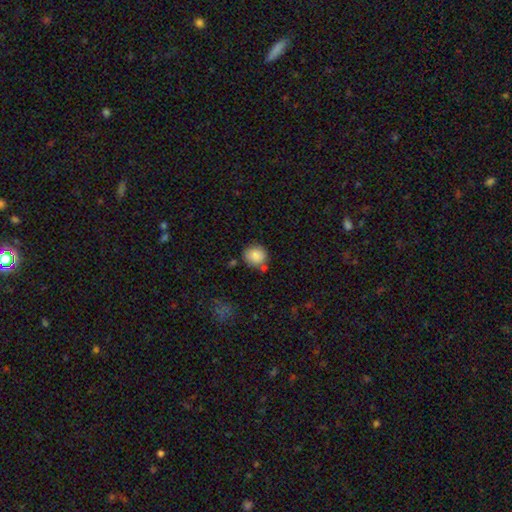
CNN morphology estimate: This is clearly a smooth galaxy (86%). How rounded: clearly round (83%). Merging: likely none (73%).